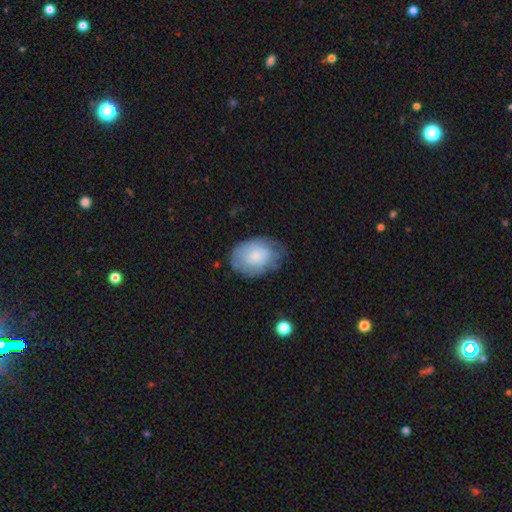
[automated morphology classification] This appears to be a smooth galaxy with no disk features (61%) that is in between round and cigar-shaped (69%). Merging: none (53%).